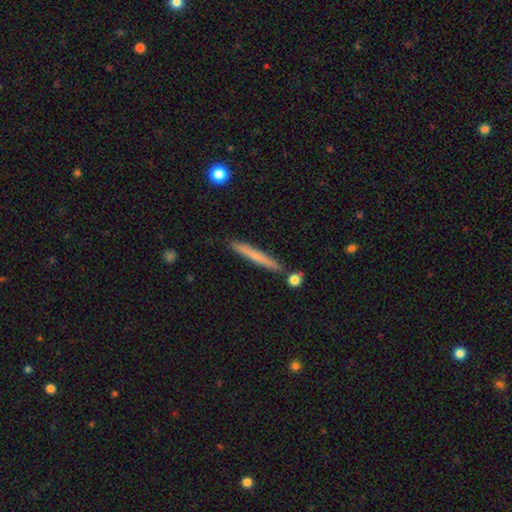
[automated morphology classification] This is likely a smooth galaxy (62%). How rounded: clearly cigar-shaped (96%). Merging: clearly none (87%).